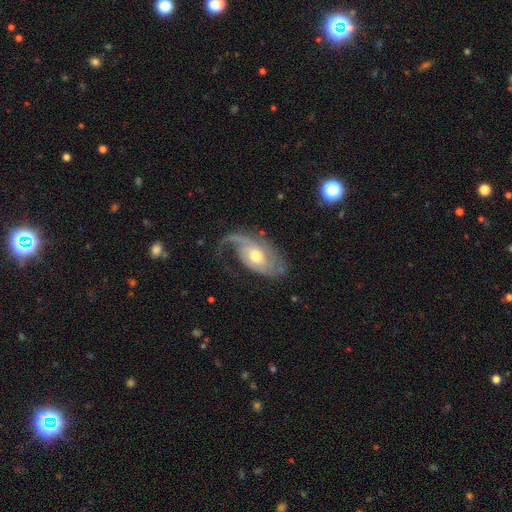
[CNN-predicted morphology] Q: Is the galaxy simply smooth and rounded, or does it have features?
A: featured or disk — 80%.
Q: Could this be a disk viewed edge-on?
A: no — 95%.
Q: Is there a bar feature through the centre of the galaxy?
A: no — 62%.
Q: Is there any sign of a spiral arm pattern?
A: yes — 92%.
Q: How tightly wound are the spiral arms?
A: loose — 43%.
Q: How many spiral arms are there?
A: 1 — 53%.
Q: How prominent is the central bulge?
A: moderate — 66%.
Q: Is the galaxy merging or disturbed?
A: none — 47%.